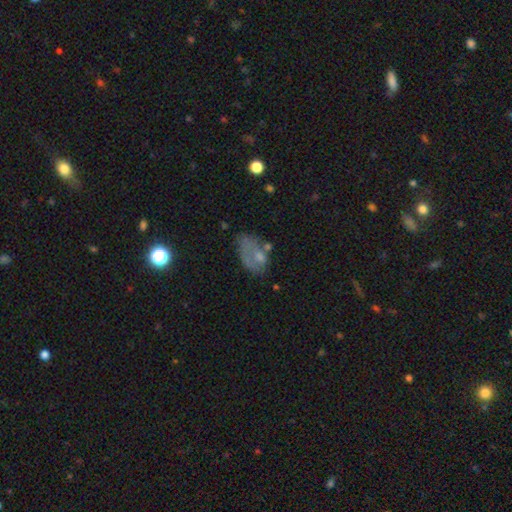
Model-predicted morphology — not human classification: This is possibly a smooth galaxy (52%). How rounded: clearly in between (87%). Merging: marginally none (36%).